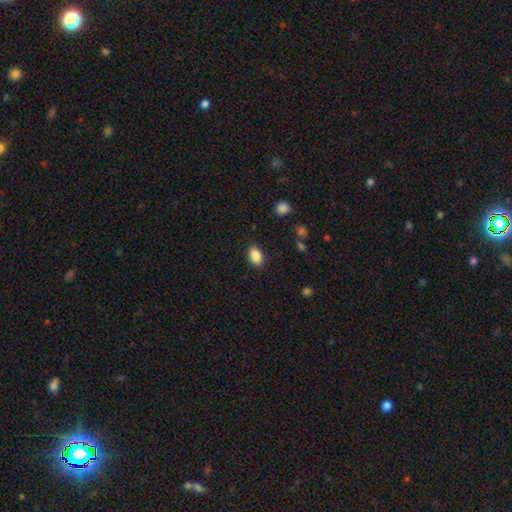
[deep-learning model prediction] A smooth galaxy with no disk features (88%) that is in between round and cigar-shaped (88%). Merging: none (87%).